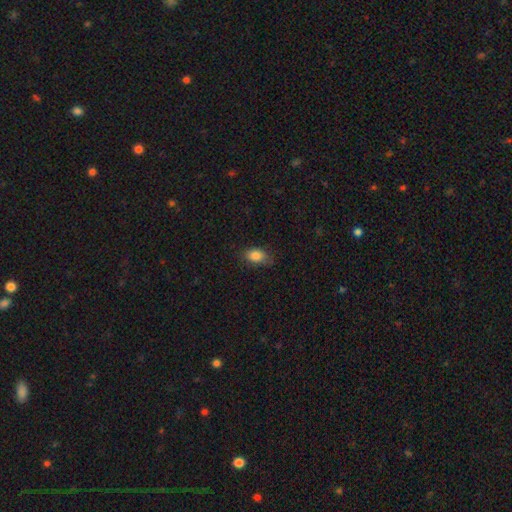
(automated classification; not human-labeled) Morphology: type=smooth (85%); roundness=in between (82%); merging=none (74%).